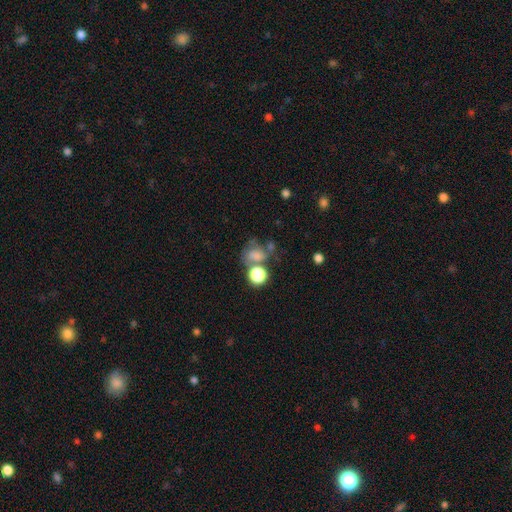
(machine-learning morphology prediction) smooth_or_featured: smooth (p=0.64) [alt: featured or disk p=0.19]
how_rounded: round (p=0.53) [alt: in between p=0.46]
merging: none (p=0.36) [alt: merger p=0.30]